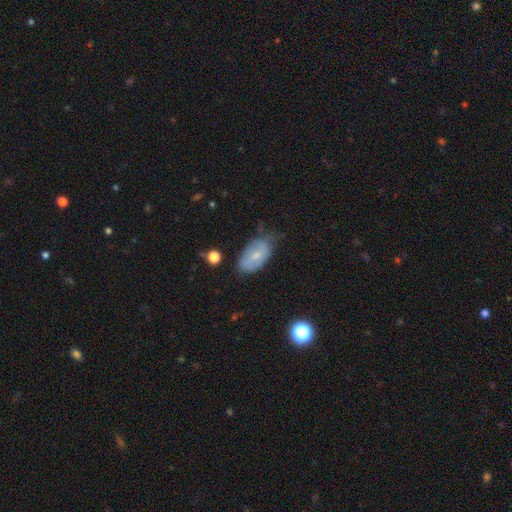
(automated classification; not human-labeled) Morphology: type=smooth (53%); roundness=in between (92%); merging=none (52%).